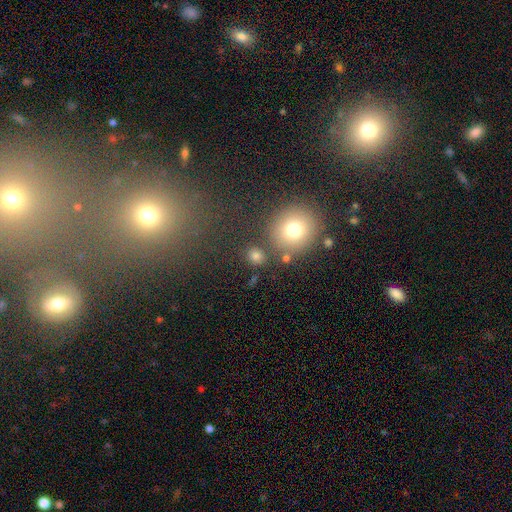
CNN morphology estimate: A smooth galaxy with no disk features (77%) that is round (79%).

Vote fractions:
- Smooth or featured? smooth: 77% / star or artifact: 16% / featured or disk: 8%
- How rounded? round: 79% / in between: 19% / cigar-shaped: 1%
- Merging? none: 77% / merger: 10% / minor disturbance: 9% / major disturbance: 4%